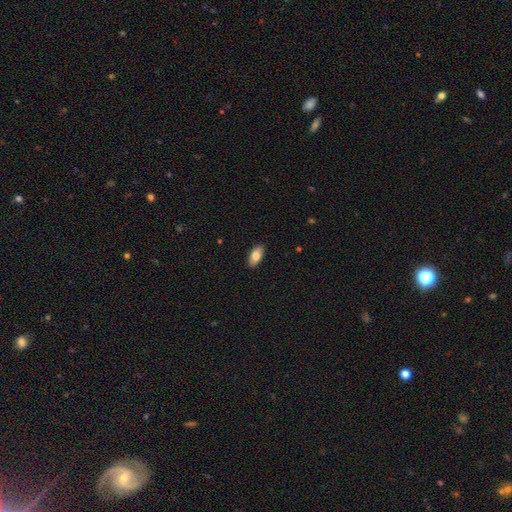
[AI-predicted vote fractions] Morphology: type=smooth (81%); roundness=in between (91%); merging=none (90%).